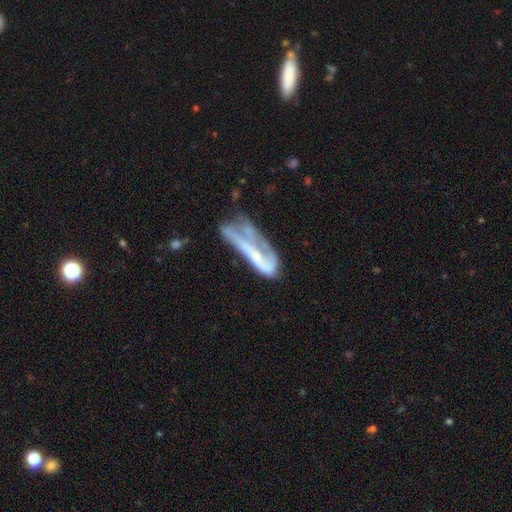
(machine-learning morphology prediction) A featured or disk galaxy (62%).

Vote fractions:
- Smooth or featured? featured or disk: 62% / smooth: 29% / star or artifact: 9%
- Edge-on disk? no: 78% / yes: 22%
- Merging? major disturbance: 41% / none: 25% / minor disturbance: 23% / merger: 11%